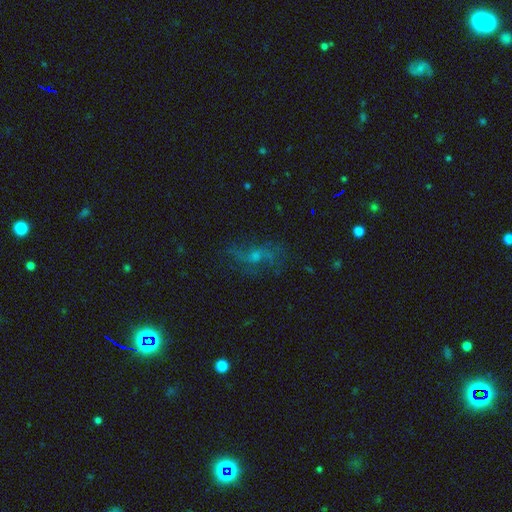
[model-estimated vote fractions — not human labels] This appears to be a featured or disk galaxy (49%). Merging: none (59%).